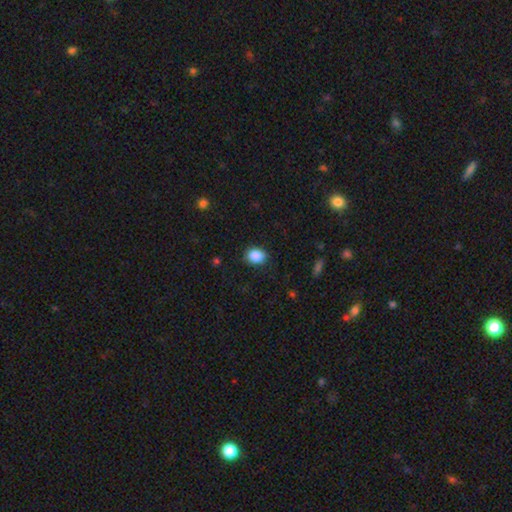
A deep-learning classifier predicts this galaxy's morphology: A smooth galaxy with no disk features (87%) that is in between round and cigar-shaped (53%).

Vote fractions:
- Smooth or featured? smooth: 87% / star or artifact: 9% / featured or disk: 4%
- How rounded? in between: 53% / round: 46% / cigar-shaped: 1%
- Merging? none: 86% / minor disturbance: 10% / major disturbance: 3% / merger: 1%